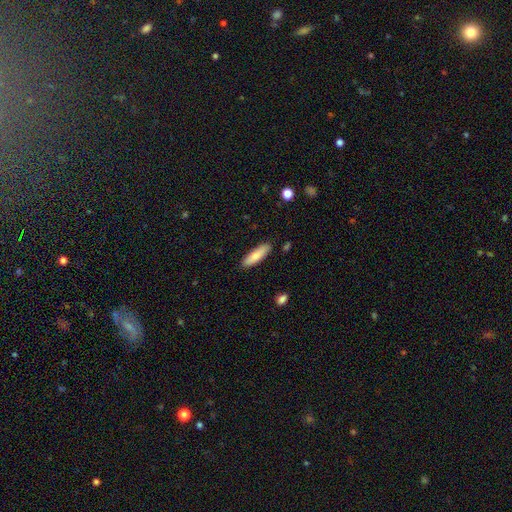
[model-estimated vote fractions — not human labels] Overall: smooth (77%). How rounded: cigar-shaped (56%; in between 42%). Merging: none (88%).